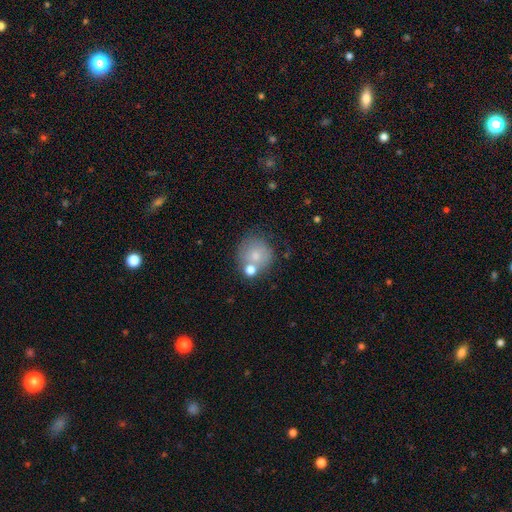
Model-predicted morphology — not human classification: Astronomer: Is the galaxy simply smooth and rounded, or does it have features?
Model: smooth — 73%.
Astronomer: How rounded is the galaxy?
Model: round — 88%.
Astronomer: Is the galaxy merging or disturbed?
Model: none — 57%.